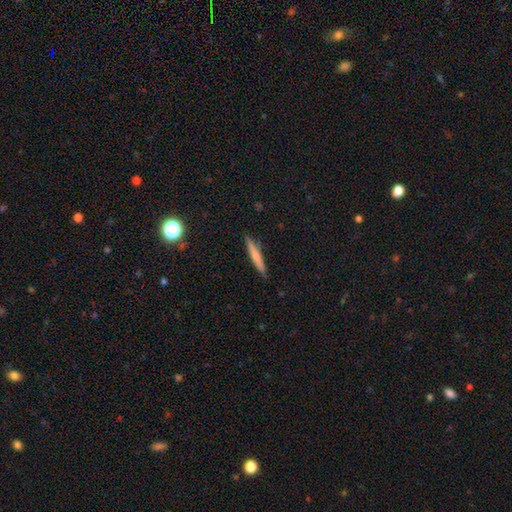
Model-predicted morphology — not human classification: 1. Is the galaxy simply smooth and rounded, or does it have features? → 64% smooth, 29% featured or disk, 7% star or artifact.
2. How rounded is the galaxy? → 94% cigar-shaped, 4% in between, 1% round.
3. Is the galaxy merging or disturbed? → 89% none, 8% minor disturbance, 2% major disturbance, 1% merger.